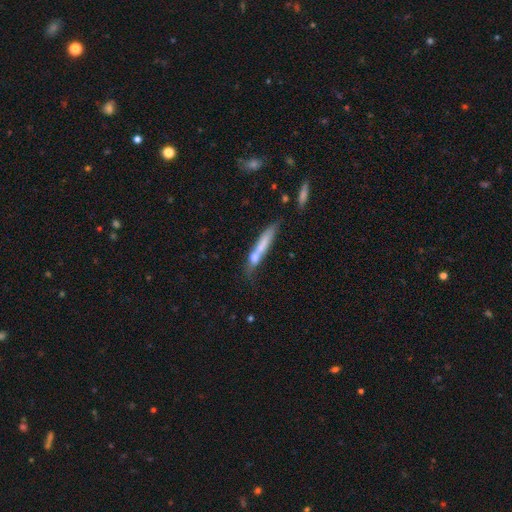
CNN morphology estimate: Smooth or featured? smooth (50%)
How rounded? cigar-shaped (89%)
Merging? none (64%)